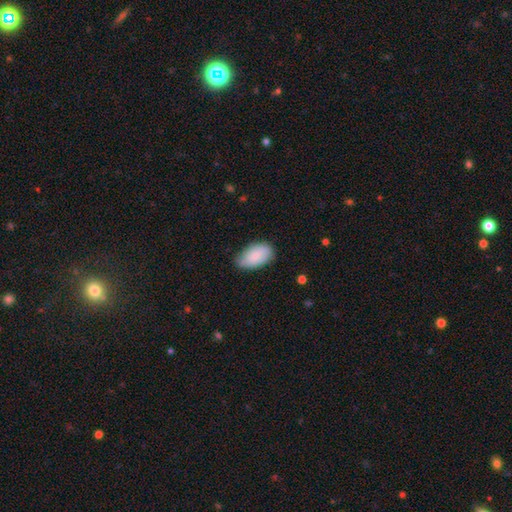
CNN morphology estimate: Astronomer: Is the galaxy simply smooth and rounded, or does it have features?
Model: smooth — 80%.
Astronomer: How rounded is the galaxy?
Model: in between — 94%.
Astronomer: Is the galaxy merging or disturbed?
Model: none — 65%.